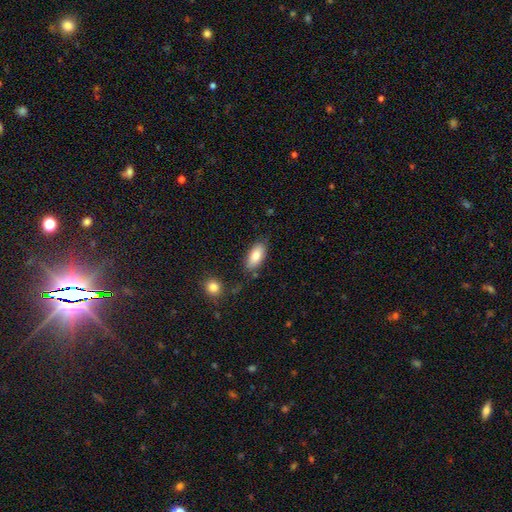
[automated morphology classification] A smooth galaxy with no disk features (82%) that is in between round and cigar-shaped (89%).

Vote fractions:
- Smooth or featured? smooth: 82% / featured or disk: 11% / star or artifact: 6%
- How rounded? in between: 89% / cigar-shaped: 8% / round: 2%
- Merging? none: 77% / minor disturbance: 15% / merger: 4% / major disturbance: 3%